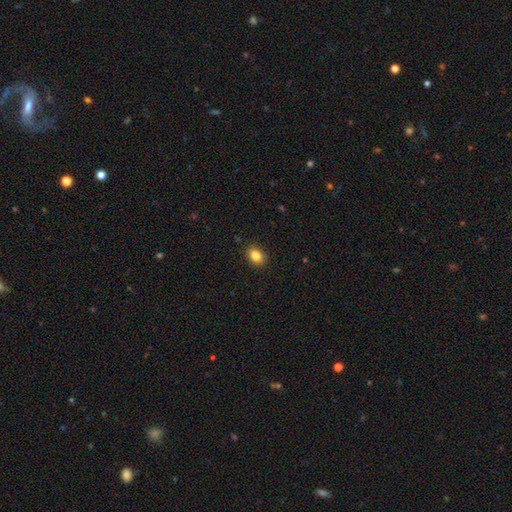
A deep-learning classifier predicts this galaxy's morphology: This appears to be a smooth galaxy with no disk features (85%) that is in between round and cigar-shaped (70%). Merging: none (89%).